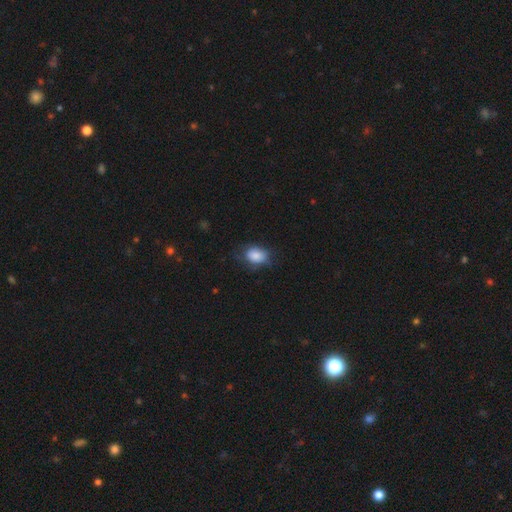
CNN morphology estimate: This is clearly a smooth galaxy (83%). How rounded: likely in between (76%). Merging: likely none (61%).